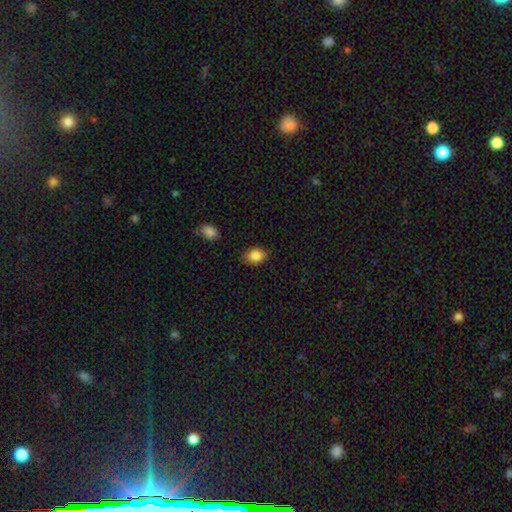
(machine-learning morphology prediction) type=smooth (85%); roundness=in between (76%); merging=none (84%).